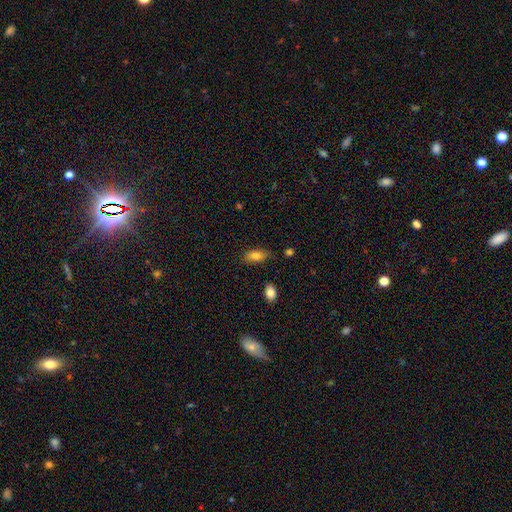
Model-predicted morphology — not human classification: Smooth or featured?
  - smooth: 81% *
  - featured or disk: 11%
  - star or artifact: 8%
How rounded?
  - in between: 87% *
  - cigar-shaped: 10%
  - round: 3%
Merging?
  - none: 76% *
  - minor disturbance: 18%
  - major disturbance: 3%
  - merger: 2%